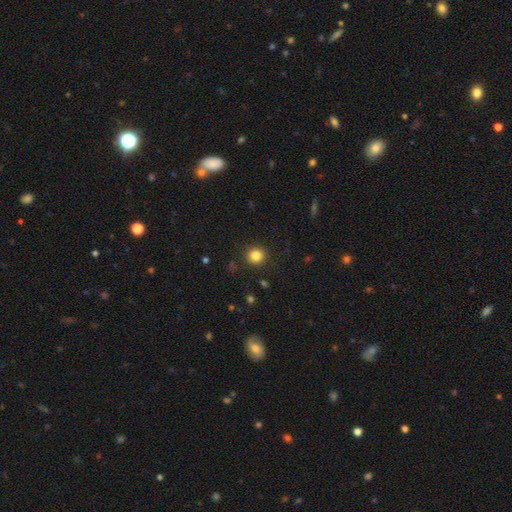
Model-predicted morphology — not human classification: The model was most divided on "smooth or featured": smooth: 83%, star or artifact: 12%, featured or disk: 5%. More confident: how rounded — round (92%); merging — none (90%).